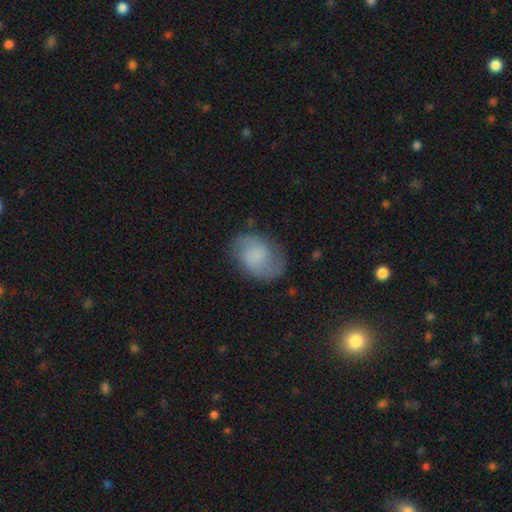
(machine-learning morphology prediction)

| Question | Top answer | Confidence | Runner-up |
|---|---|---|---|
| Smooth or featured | featured or disk | 58% | smooth (33%) |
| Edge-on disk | no | 97% | yes (3%) |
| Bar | no | 59% | weak (34%) |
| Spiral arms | yes | 92% | no (8%) |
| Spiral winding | medium | 49% | loose (27%) |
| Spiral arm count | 2 | 87% | can't tell (7%) |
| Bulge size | none | 39% | small (32%) |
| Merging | none | 75% | minor disturbance (17%) |